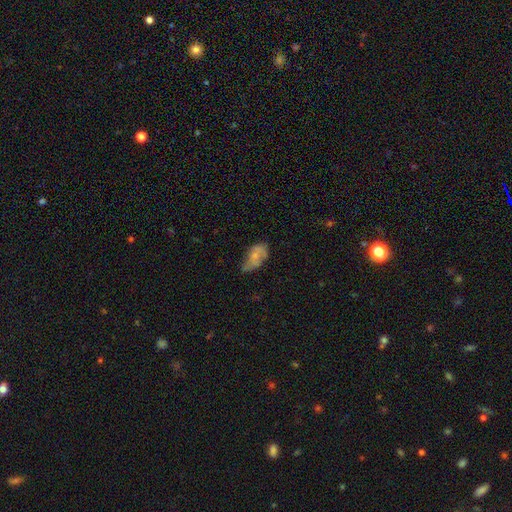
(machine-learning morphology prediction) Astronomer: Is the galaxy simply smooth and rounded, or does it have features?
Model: smooth — 62%.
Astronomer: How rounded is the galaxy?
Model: in between — 91%.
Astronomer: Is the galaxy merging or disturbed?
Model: minor disturbance — 38% (runner-up: none, 33%).